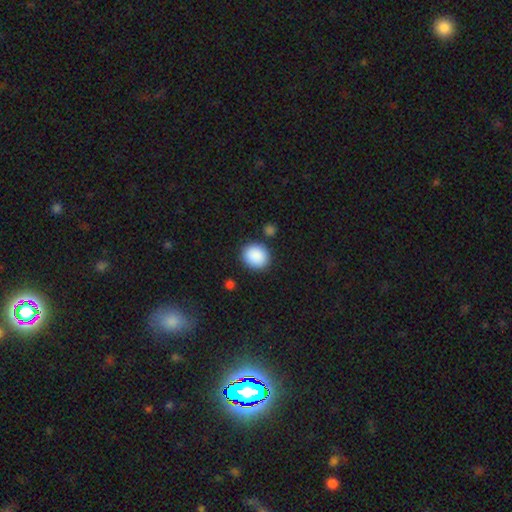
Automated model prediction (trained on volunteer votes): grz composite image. It shows a smooth galaxy with no disk features (89%) that is round (74%). Merging: none (85%).